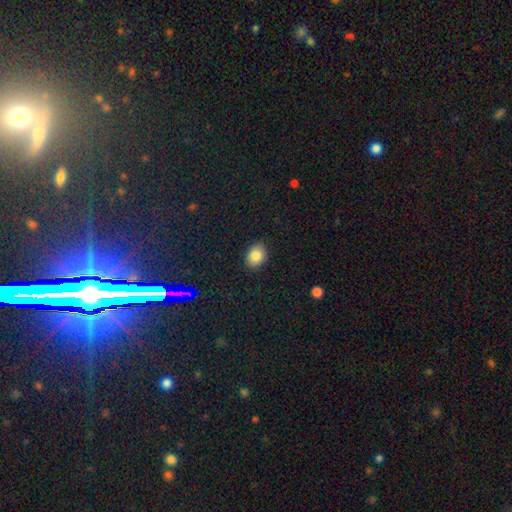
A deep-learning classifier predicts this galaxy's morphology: This appears to be a smooth galaxy with no disk features (83%) that is in between round and cigar-shaped (65%). Merging: none (89%).